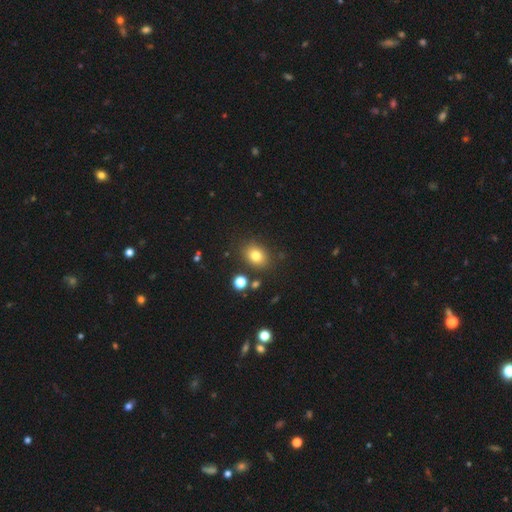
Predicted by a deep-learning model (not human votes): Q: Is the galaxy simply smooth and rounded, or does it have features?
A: smooth — 78%.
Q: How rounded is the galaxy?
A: in between — 54%.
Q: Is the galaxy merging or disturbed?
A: none — 81%.